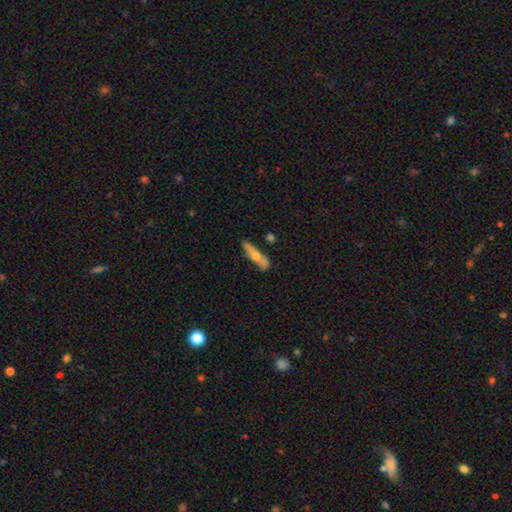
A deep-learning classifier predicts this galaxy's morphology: The model was most divided on "smooth or featured": smooth: 52%, featured or disk: 41%, star or artifact: 6%. More confident: how rounded — cigar-shaped (75%); merging — none (63%).